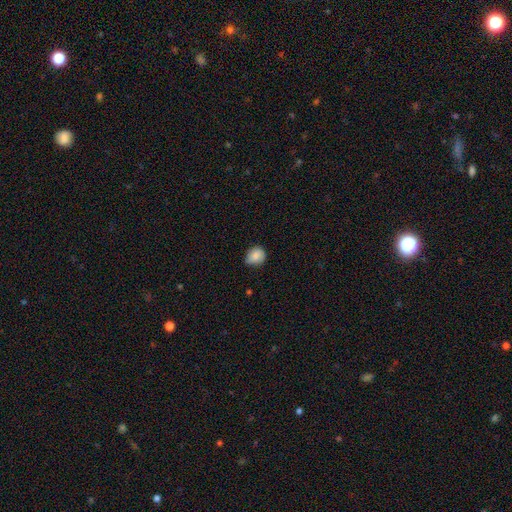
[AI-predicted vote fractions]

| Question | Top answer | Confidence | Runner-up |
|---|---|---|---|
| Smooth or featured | smooth | 83% | featured or disk (9%) |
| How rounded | round | 69% | in between (30%) |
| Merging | none | 65% | minor disturbance (29%) |